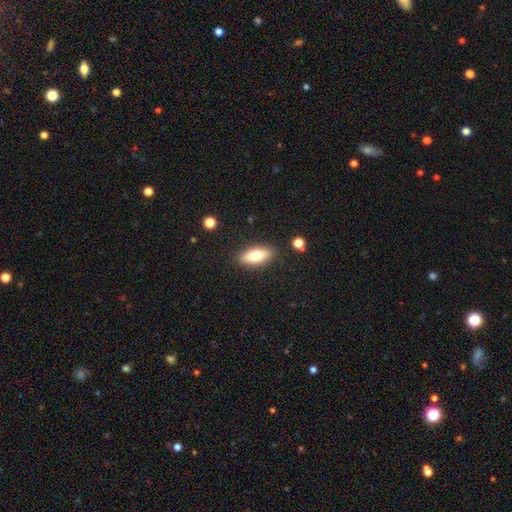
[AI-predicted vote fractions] Smooth or featured: smooth — 74% (featured or disk — 19%)
How rounded: in between — 80% (cigar-shaped — 17%)
Merging: none — 87% (minor disturbance — 9%)